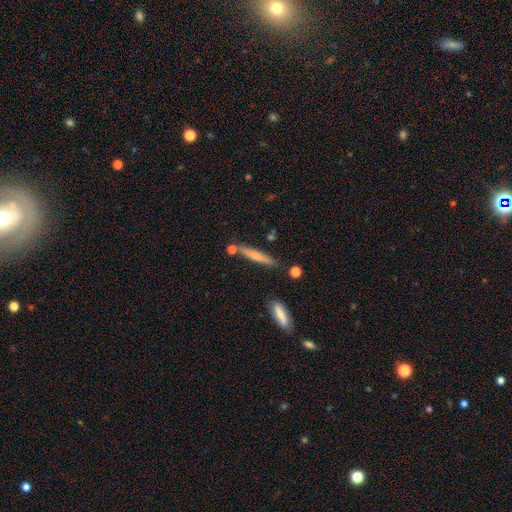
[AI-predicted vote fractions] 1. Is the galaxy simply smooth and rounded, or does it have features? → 60% smooth, 33% featured or disk, 7% star or artifact.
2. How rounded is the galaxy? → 93% cigar-shaped, 6% in between, 2% round.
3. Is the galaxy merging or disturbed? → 80% none, 11% minor disturbance, 7% merger, 2% major disturbance.